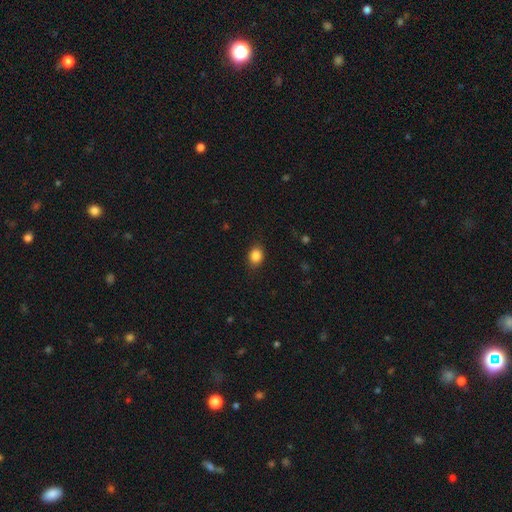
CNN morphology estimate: type=smooth (86%); roundness=in between (56%); merging=none (86%).